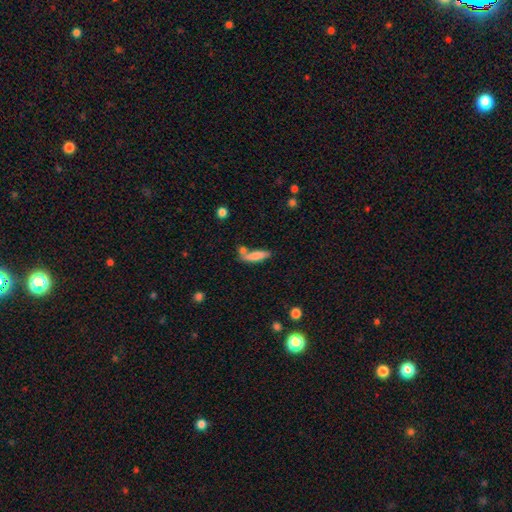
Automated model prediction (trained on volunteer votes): smooth-or-featured: smooth: 77% | featured or disk: 15% | star or artifact: 7%
  how-rounded: cigar-shaped: 63% | in between: 35% | round: 2%
  merging: none: 53% | merger: 25% | minor disturbance: 16% | major disturbance: 6%